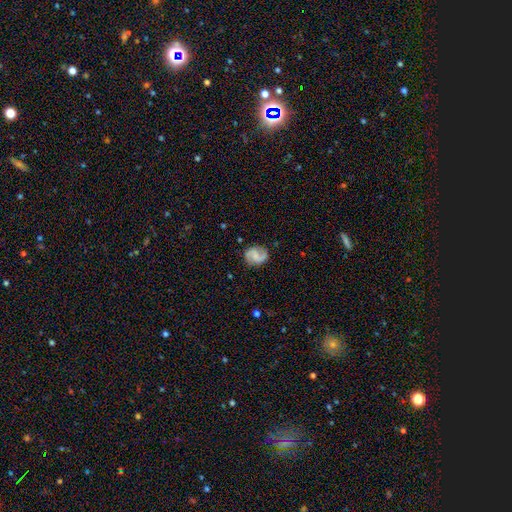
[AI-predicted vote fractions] Morphology: type=featured or disk (70%); edge-on=no (98%); bar=weak (47%); spiral arms=yes (94%); winding=medium (43%); arm count=2 (89%); bulge=small (42%); merging=none (80%).